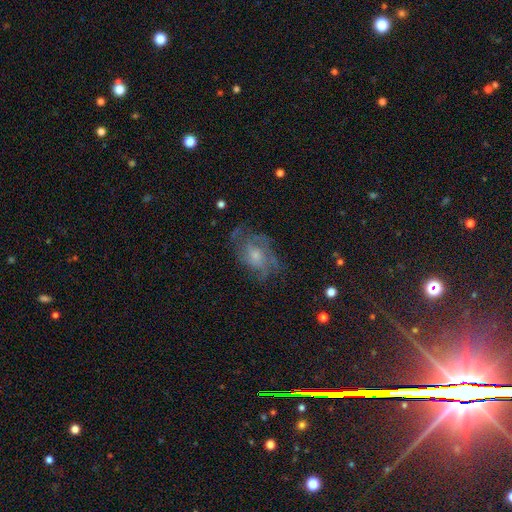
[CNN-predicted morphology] This is likely a featured or disk galaxy (68%). It is clearly not viewed edge-on (96%). Bar: likely no (74%). Spiral arm pattern: clearly yes (83%). Spiral arm count: marginally can't tell (42%). Spiral winding: marginally medium (44%). Central bulge: possibly small (47%). Merging: likely none (61%).